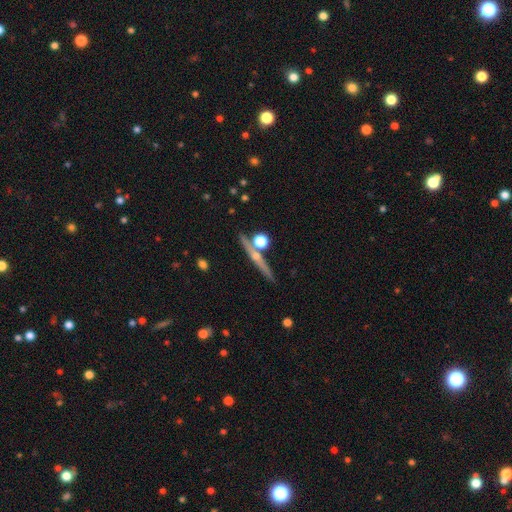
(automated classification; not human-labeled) Overall: featured or disk (61%; smooth 29%). Edge-on disk: yes (95%). Edge-on bulge: rounded (66%; none 29%). Merging: none (78%).